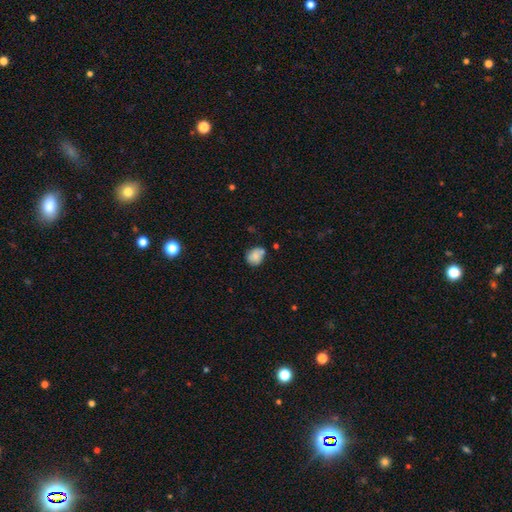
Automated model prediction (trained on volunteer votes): Q: Smooth or featured?
A: smooth (80%); runner-up: featured or disk (11%)
Q: How rounded?
A: round (63%); runner-up: in between (36%)
Q: Merging?
A: none (57%); runner-up: minor disturbance (24%)